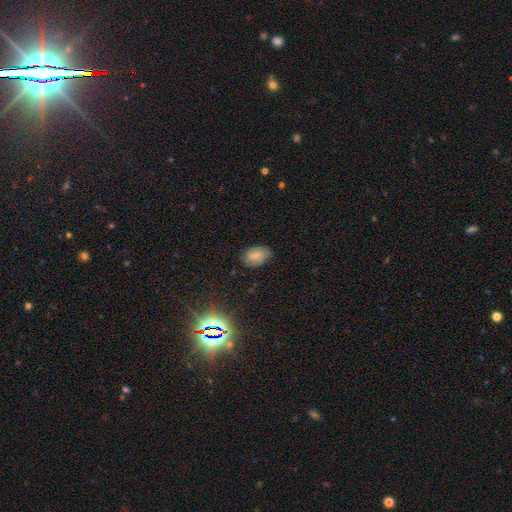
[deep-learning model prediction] Q: Smooth or featured?
A: smooth (57%); runner-up: featured or disk (31%)
Q: How rounded?
A: in between (86%); runner-up: round (12%)
Q: Merging?
A: none (79%); runner-up: minor disturbance (16%)